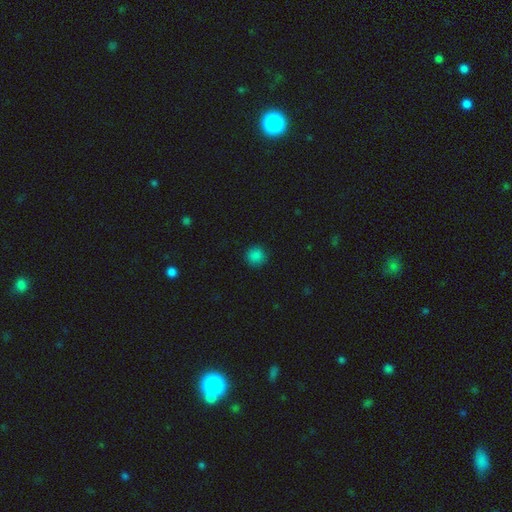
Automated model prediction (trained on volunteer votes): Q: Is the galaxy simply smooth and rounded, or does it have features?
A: smooth — 85%.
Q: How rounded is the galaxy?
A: round — 94%.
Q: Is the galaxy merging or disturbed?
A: none — 90%.